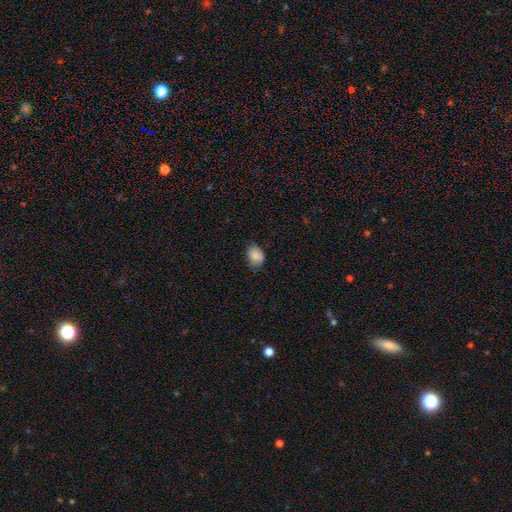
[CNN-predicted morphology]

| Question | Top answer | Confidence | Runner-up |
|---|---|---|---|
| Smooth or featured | smooth | 84% | star or artifact (8%) |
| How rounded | in between | 64% | round (35%) |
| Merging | none | 68% | minor disturbance (26%) |